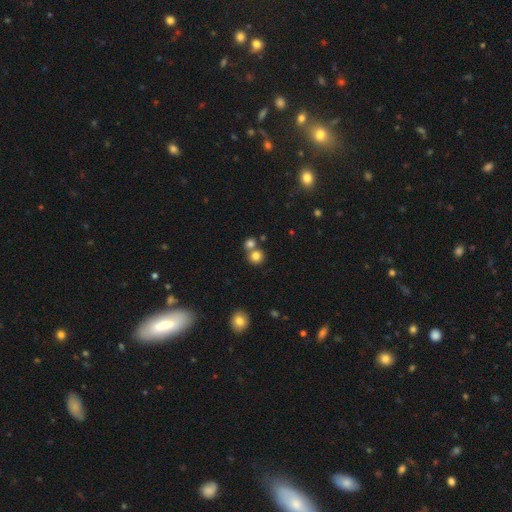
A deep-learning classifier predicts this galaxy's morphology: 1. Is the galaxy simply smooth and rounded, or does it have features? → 81% smooth, 11% star or artifact, 8% featured or disk.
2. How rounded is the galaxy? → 89% round, 10% in between, 1% cigar-shaped.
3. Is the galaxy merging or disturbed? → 57% none, 34% merger, 7% minor disturbance, 3% major disturbance.